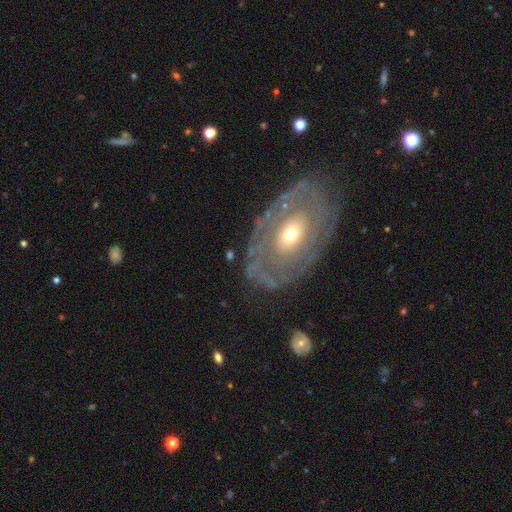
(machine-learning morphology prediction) smooth-or-featured: featured or disk: 76% | smooth: 17% | star or artifact: 7%
  disk-edge-on: no: 92% | yes: 8%
    bar: no: 64% | weak: 24% | strong: 11%
    has-spiral-arms: yes: 56% | no: 44%
    bulge-size: moderate: 63% | small: 30% | large: 5% | dominant: 1% | none: 1%
  merging: none: 79% | minor disturbance: 14% | major disturbance: 6% | merger: 1%